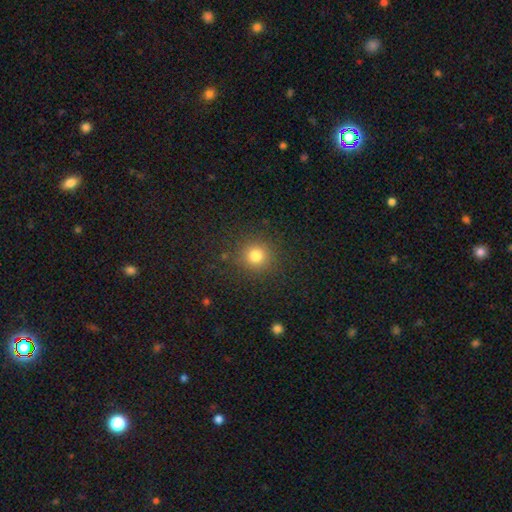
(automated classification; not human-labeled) Morphology: type=smooth (79%); roundness=round (93%); merging=none (88%).